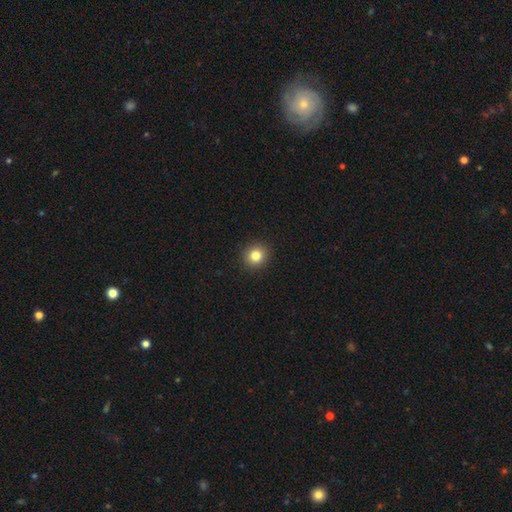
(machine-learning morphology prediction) The model was most divided on "smooth or featured": smooth: 82%, star or artifact: 12%, featured or disk: 6%. More confident: merging — none (92%); how rounded — round (90%).